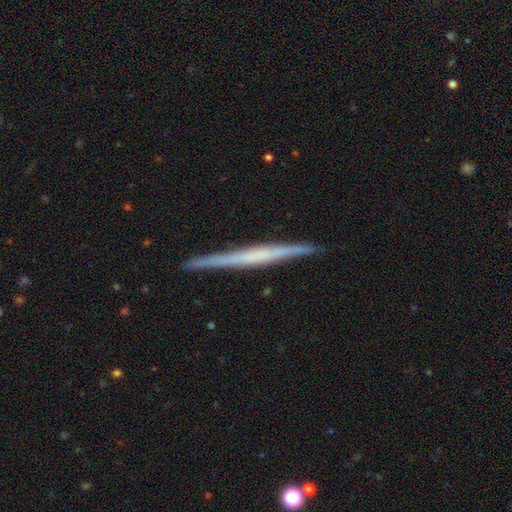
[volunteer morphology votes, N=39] Smooth or featured? featured or disk (82%)
Edge-on disk? yes (100%)
Edge-on bulge? none (53%)
Merging? none (87%)